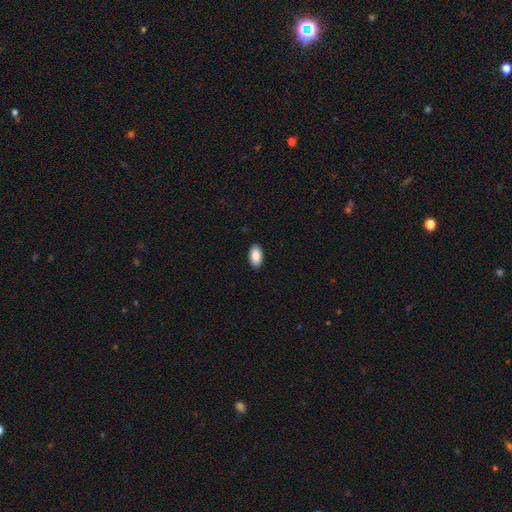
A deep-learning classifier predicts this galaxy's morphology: Smooth or featured: smooth — 90% (star or artifact — 6%)
How rounded: in between — 95% (round — 3%)
Merging: none — 89% (minor disturbance — 8%)